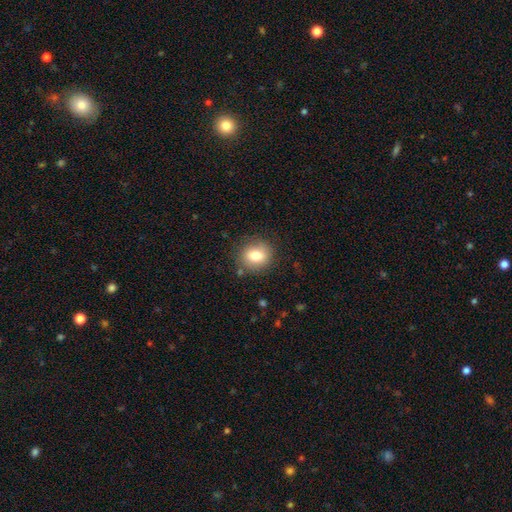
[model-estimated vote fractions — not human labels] The model was most divided on "how rounded": round: 78%, in between: 21%, cigar-shaped: 1%. More confident: merging — none (84%); smooth or featured — smooth (78%).